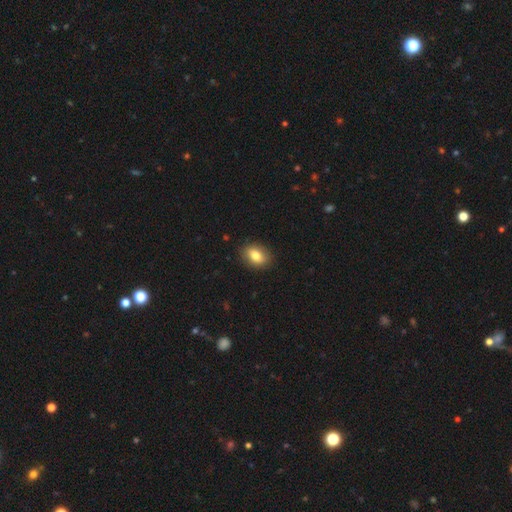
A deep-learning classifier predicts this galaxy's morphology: The model was most divided on "how rounded": in between: 74%, round: 25%, cigar-shaped: 1%. More confident: merging — none (88%); smooth or featured — smooth (80%).